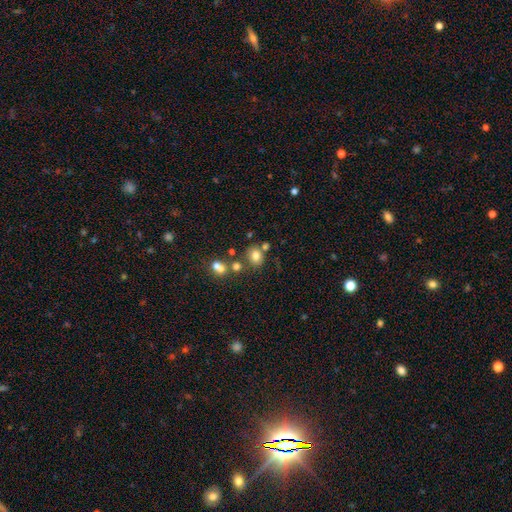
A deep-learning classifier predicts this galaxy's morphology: A smooth galaxy with no disk features (75%) that is round (67%). Merging: none (65%).